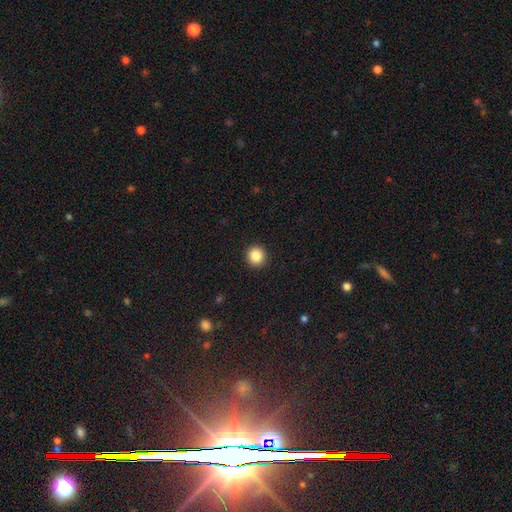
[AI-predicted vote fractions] This is clearly a smooth galaxy (86%). How rounded: clearly round (94%). Merging: clearly none (93%).